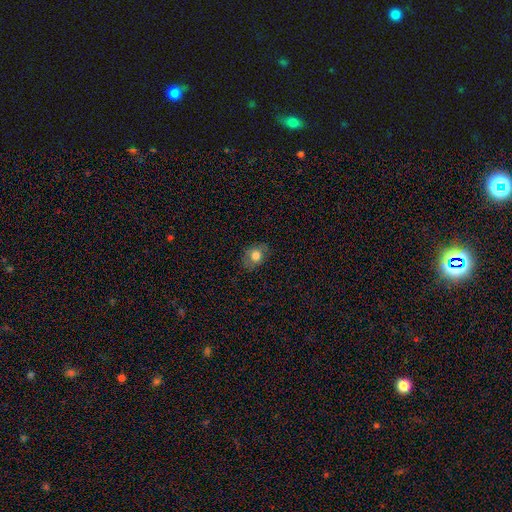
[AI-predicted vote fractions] Morphology: type=smooth (76%); roundness=in between (64%); merging=none (79%).